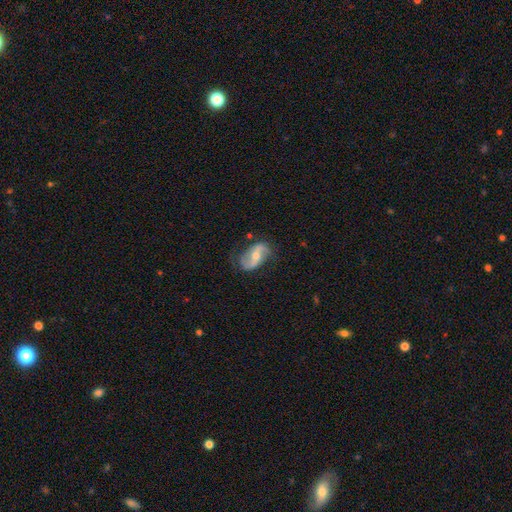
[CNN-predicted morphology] type=featured or disk (77%); edge-on=no (96%); bar=weak (38%); spiral arms=yes (91%); winding=loose (66%); arm count=2 (90%); bulge=moderate (57%); merging=none (69%).